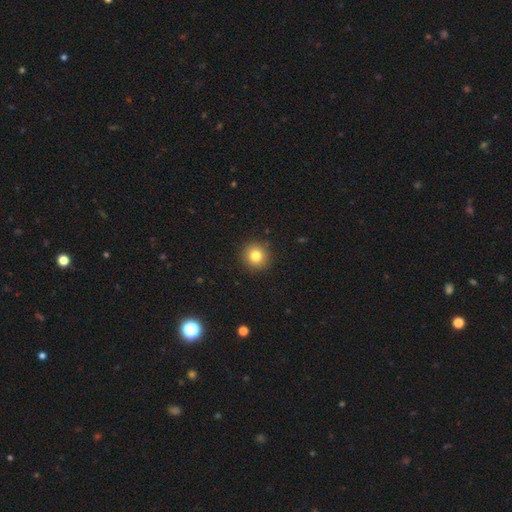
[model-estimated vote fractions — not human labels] Smooth or featured? smooth (82%)
How rounded? round (91%)
Merging? none (91%)